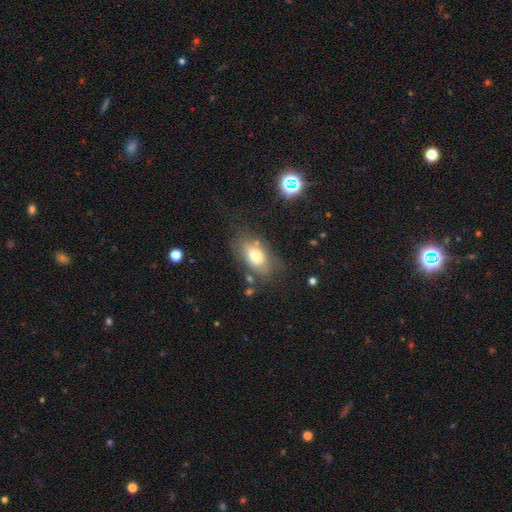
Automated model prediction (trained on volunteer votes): Smooth or featured? smooth (69%)
How rounded? in between (87%)
Merging? none (65%)